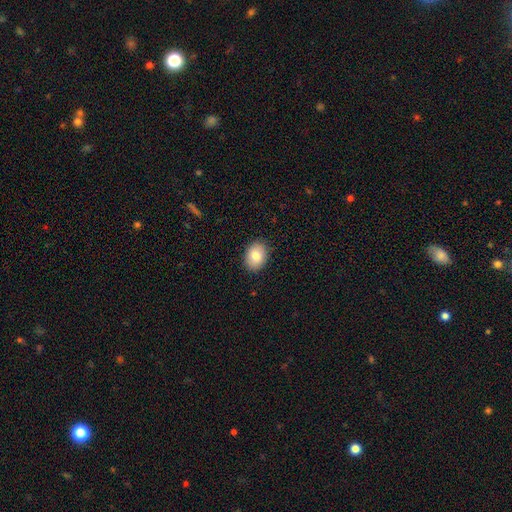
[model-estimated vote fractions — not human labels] Overall: smooth (82%). How rounded: in between (63%; round 36%). Merging: none (89%).